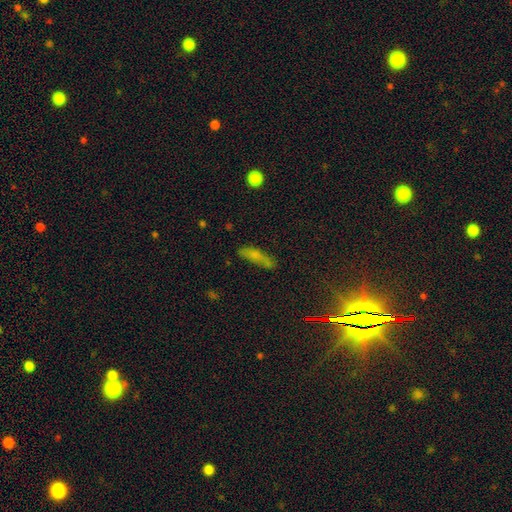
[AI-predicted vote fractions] Smooth or featured? Predicted: smooth (p=0.64). How rounded? Predicted: cigar-shaped (p=0.67). Merging? Predicted: none (p=0.67).